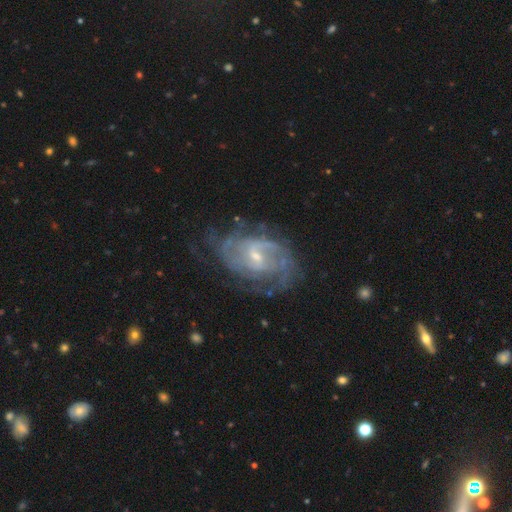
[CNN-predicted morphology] The model was most divided on "spiral winding": tight: 45%, medium: 42%, loose: 13%. Remaining: edge-on disk — no (97%); spiral arms — yes (94%); smooth or featured — featured or disk (87%); merging — none (66%); bulge size — small (63%); bar — weak (56%); spiral arm count — 2 (37%).